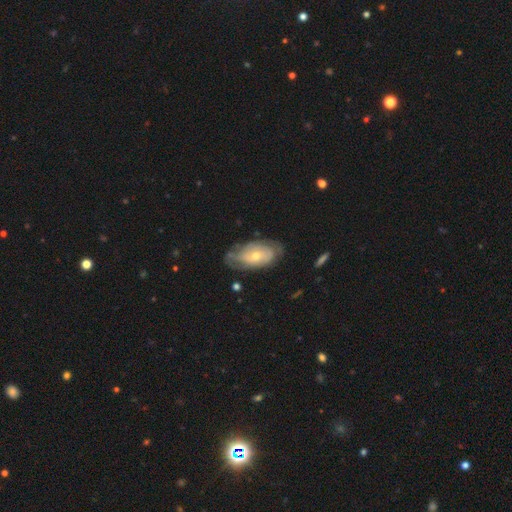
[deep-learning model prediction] Q: Smooth or featured?
A: featured or disk (62%); runner-up: smooth (32%)
Q: Edge-on disk?
A: no (91%); runner-up: yes (9%)
Q: Bar?
A: no (75%); runner-up: weak (21%)
Q: Spiral arms?
A: yes (70%); runner-up: no (30%)
Q: Bulge size?
A: small (50%); runner-up: moderate (46%)
Q: Merging?
A: none (56%); runner-up: minor disturbance (29%)